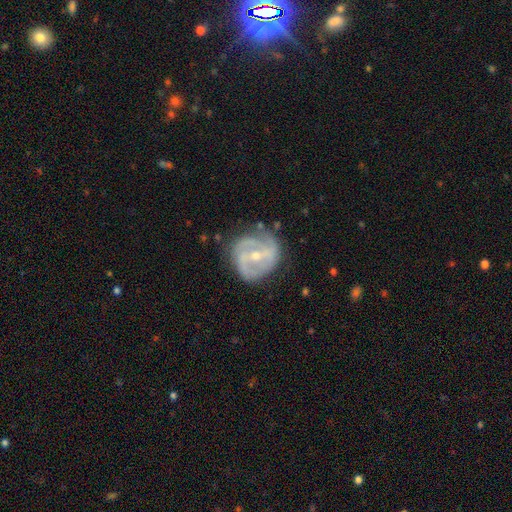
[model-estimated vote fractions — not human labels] The model was most divided on "bar": weak: 42%, strong: 35%, no: 23%. Remaining: edge-on disk — no (97%); spiral arms — yes (88%); smooth or featured — featured or disk (82%); merging — none (68%); spiral arm count — 2 (59%); bulge size — small (59%); spiral winding — medium (45%).